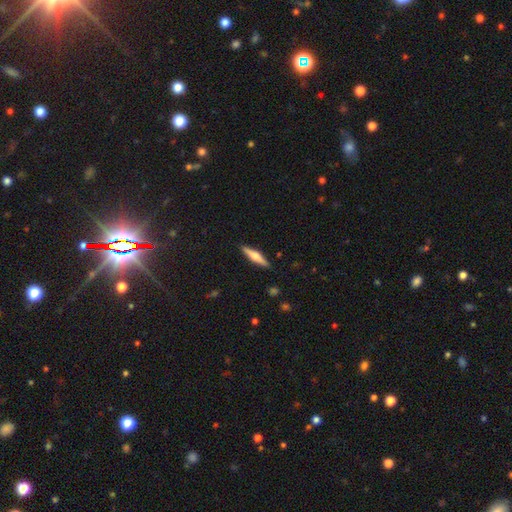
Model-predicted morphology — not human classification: Smooth or featured? featured or disk (60%)
Edge-on disk? yes (97%)
Edge-on bulge? rounded (92%)
Merging? none (91%)